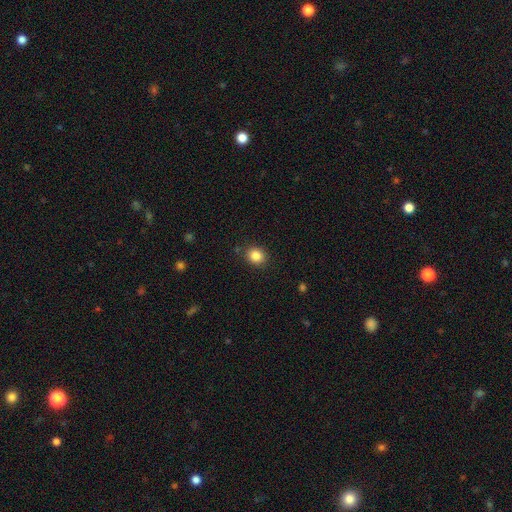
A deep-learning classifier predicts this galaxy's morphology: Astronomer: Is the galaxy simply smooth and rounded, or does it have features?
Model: smooth — 85%.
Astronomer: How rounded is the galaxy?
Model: round — 70%.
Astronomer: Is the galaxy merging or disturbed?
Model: none — 87%.